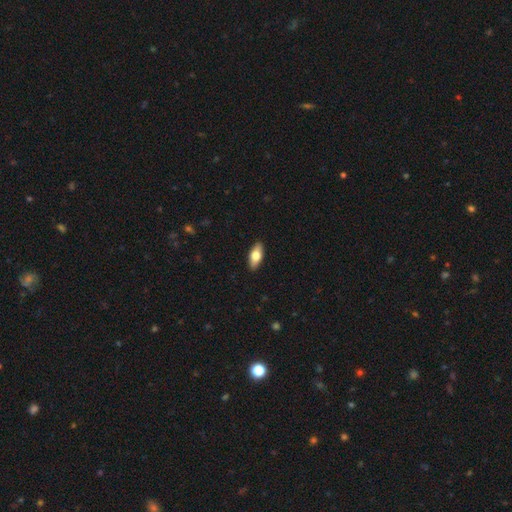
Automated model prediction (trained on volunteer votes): Smooth or featured: smooth — 72% (featured or disk — 23%)
How rounded: in between — 85% (cigar-shaped — 12%)
Merging: none — 90% (minor disturbance — 8%)